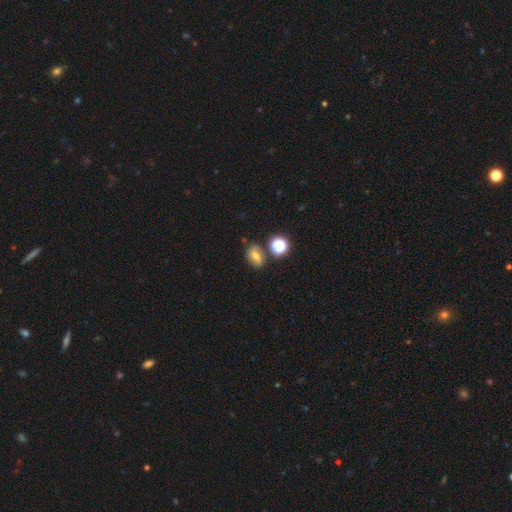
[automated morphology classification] type=smooth (58%); roundness=in between (69%); merging=none (70%).